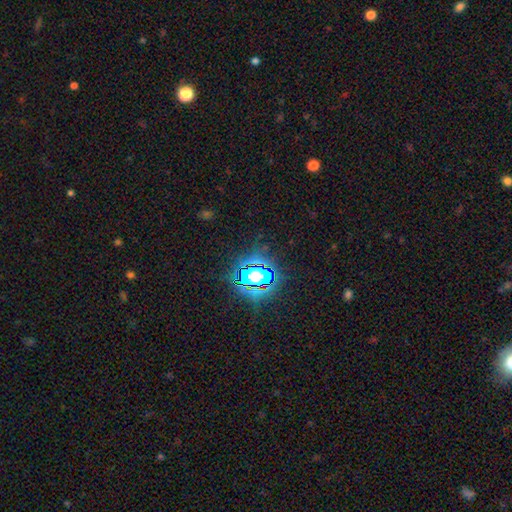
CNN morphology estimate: Smooth or featured?
  - star or artifact: 83% *
  - smooth: 11%
  - featured or disk: 7%